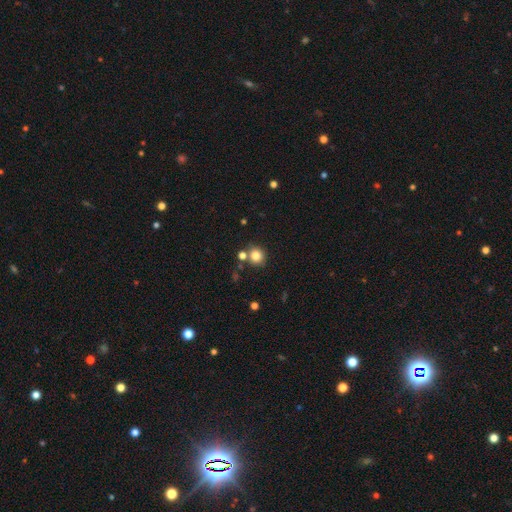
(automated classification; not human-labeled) Morphology: type=smooth (81%); roundness=round (88%); merging=none (73%).